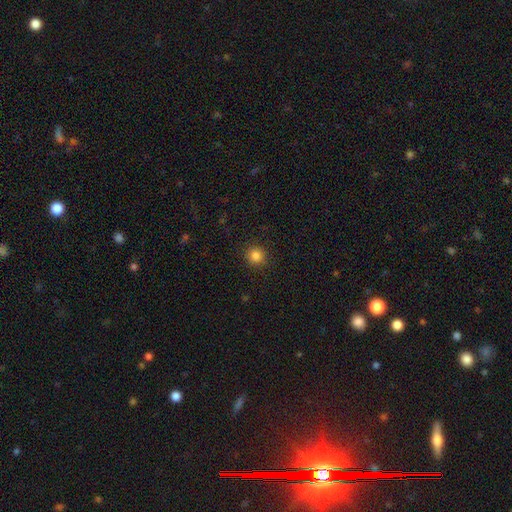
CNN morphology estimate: Smooth or featured: smooth — 84% (star or artifact — 12%)
How rounded: round — 94% (in between — 5%)
Merging: none — 92% (minor disturbance — 5%)